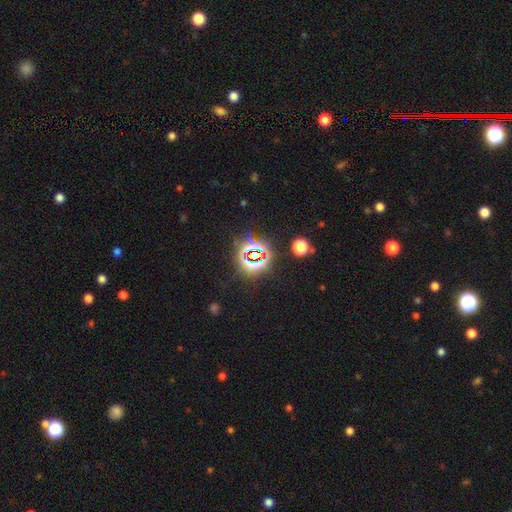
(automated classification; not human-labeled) star or artifact 79%, smooth 14%, featured or disk 8%.